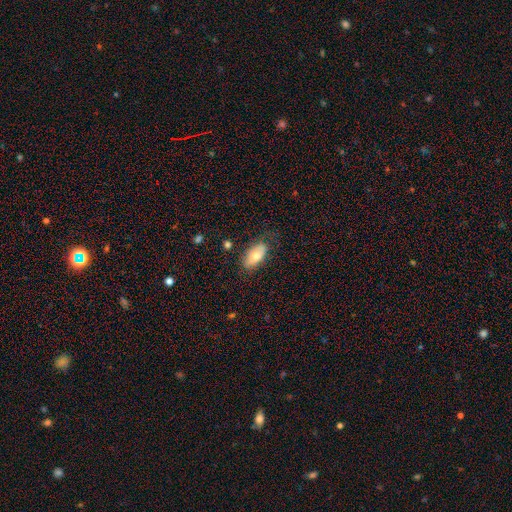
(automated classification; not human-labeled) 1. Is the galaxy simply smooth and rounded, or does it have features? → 71% smooth, 22% featured or disk, 7% star or artifact.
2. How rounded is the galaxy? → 92% in between, 5% cigar-shaped, 3% round.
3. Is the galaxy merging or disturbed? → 72% none, 20% minor disturbance, 6% major disturbance, 2% merger.